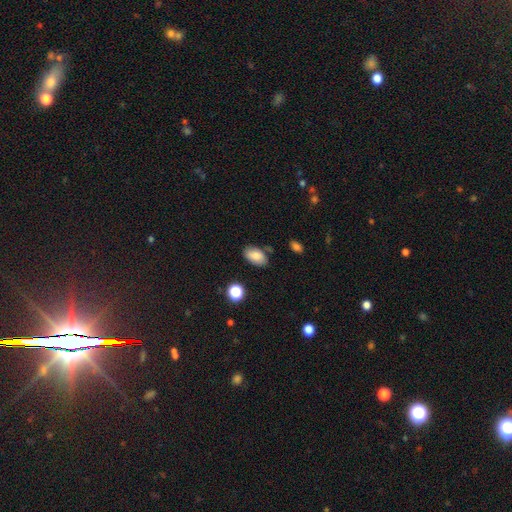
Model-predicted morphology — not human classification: Overall: smooth (83%). How rounded: in between (92%). Merging: none (77%).